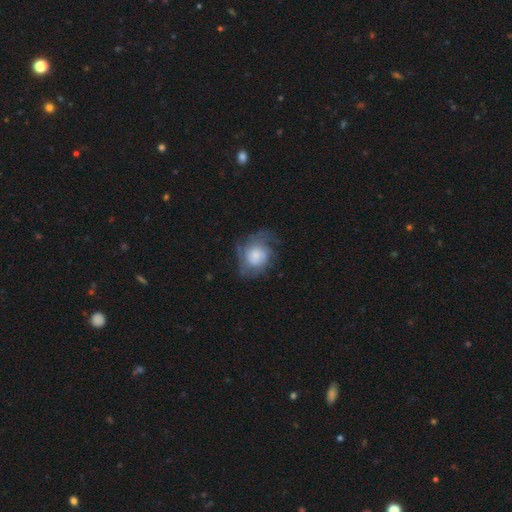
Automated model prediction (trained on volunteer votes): featured or disk 58%, smooth 34%, star or artifact 9%. Down the decision tree: edge-on disk — no (97%); bar — no (77%); spiral arms — yes (83%); bulge size — large (32%); merging — none (54%).